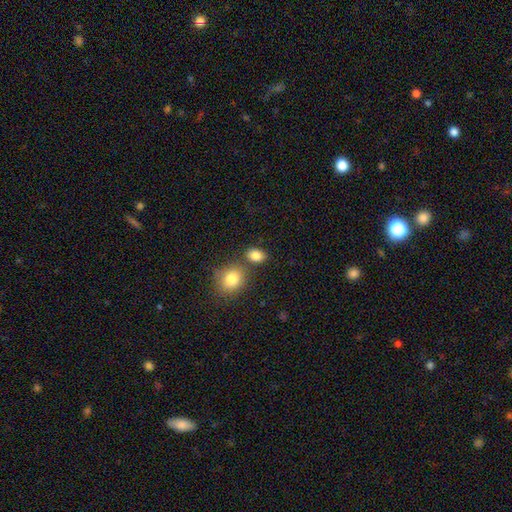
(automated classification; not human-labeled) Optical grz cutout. It shows a smooth galaxy with no disk features (85%) that is in between round and cigar-shaped (72%). Merging: none (69%).